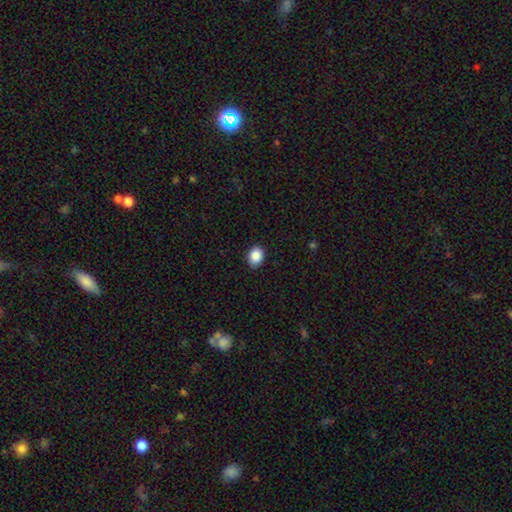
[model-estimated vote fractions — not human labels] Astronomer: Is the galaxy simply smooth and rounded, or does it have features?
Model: smooth — 89%.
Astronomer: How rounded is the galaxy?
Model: in between — 64%.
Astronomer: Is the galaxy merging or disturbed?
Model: none — 87%.